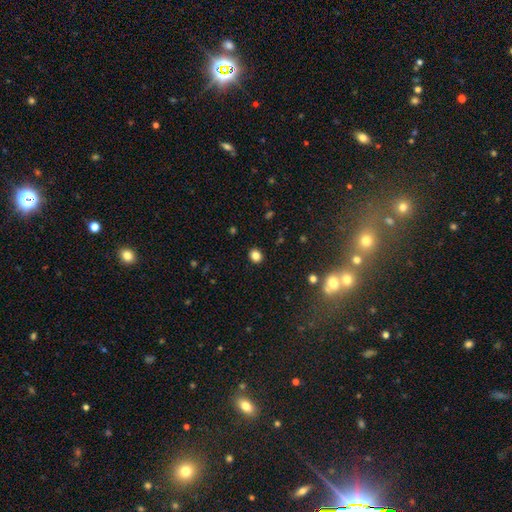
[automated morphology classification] A smooth galaxy with no disk features (83%) that is round (73%). Merging: none (91%).